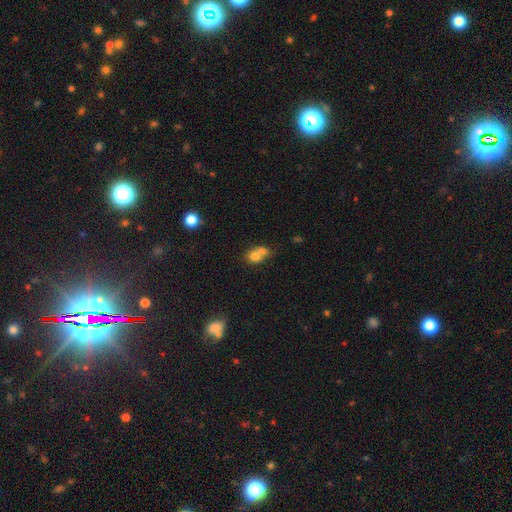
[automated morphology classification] Overall: smooth (72%). How rounded: round (58%; in between 41%). Merging: merger (66%).